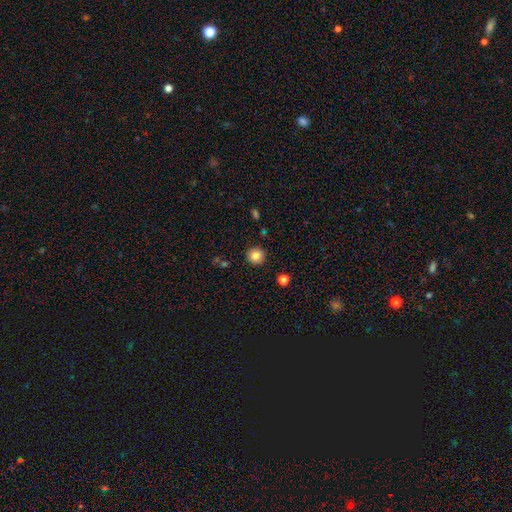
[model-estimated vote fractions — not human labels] Q: Smooth or featured?
A: smooth (84%); runner-up: star or artifact (10%)
Q: How rounded?
A: round (94%); runner-up: in between (5%)
Q: Merging?
A: none (91%); runner-up: minor disturbance (5%)